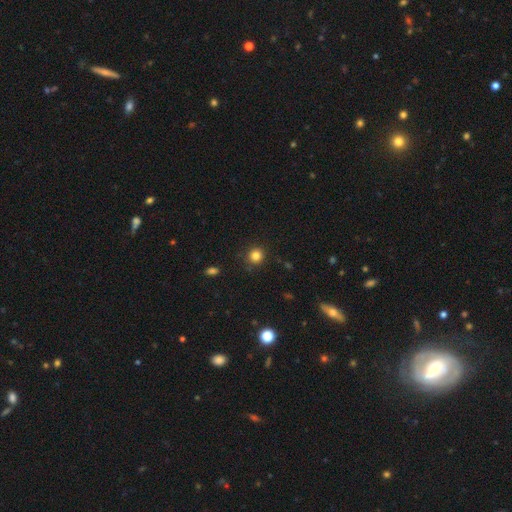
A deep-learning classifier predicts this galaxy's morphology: type=smooth (82%); roundness=round (91%); merging=none (87%).